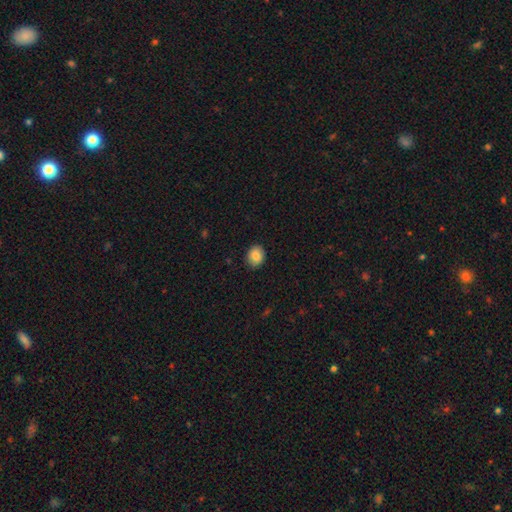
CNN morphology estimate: smooth-or-featured: smooth: 87% | star or artifact: 8% | featured or disk: 5%
  how-rounded: round: 55% | in between: 44% | cigar-shaped: 1%
  merging: none: 89% | minor disturbance: 8% | major disturbance: 2% | merger: 1%